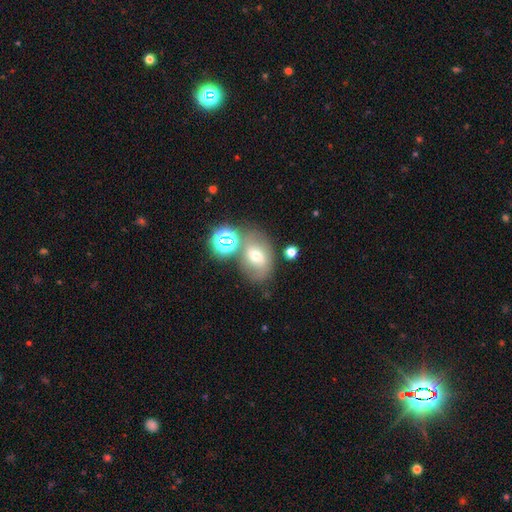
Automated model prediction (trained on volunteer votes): Q: Smooth or featured?
A: smooth (51%); runner-up: featured or disk (29%)
Q: How rounded?
A: in between (59%); runner-up: round (39%)
Q: Merging?
A: none (57%); runner-up: merger (19%)